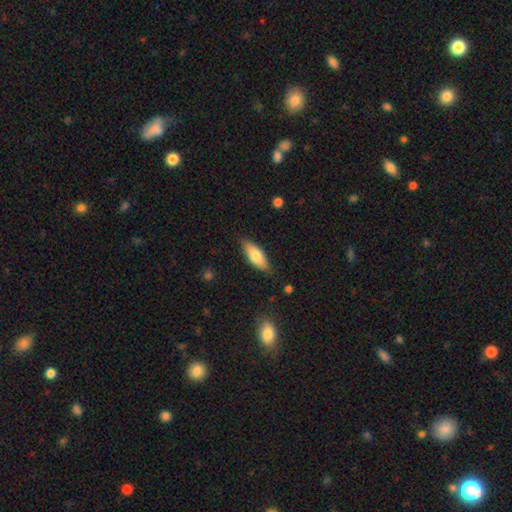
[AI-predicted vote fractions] smooth 73%, featured or disk 21%, star or artifact 6%. Down the decision tree: how rounded — in between (69%); merging — none (84%).